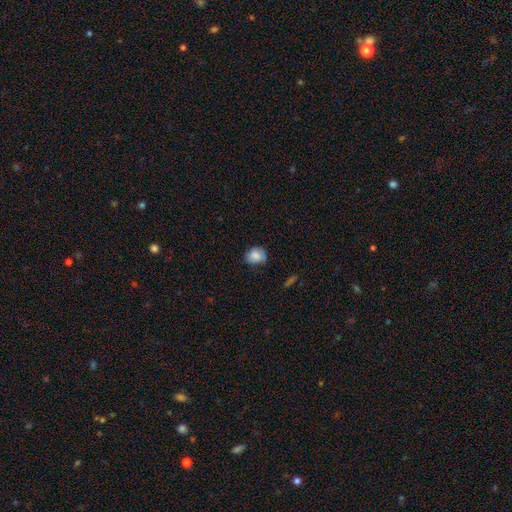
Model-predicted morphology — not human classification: The model was most divided on "how rounded": round: 57%, in between: 42%, cigar-shaped: 1%. More confident: smooth or featured — smooth (83%); merging — none (67%).